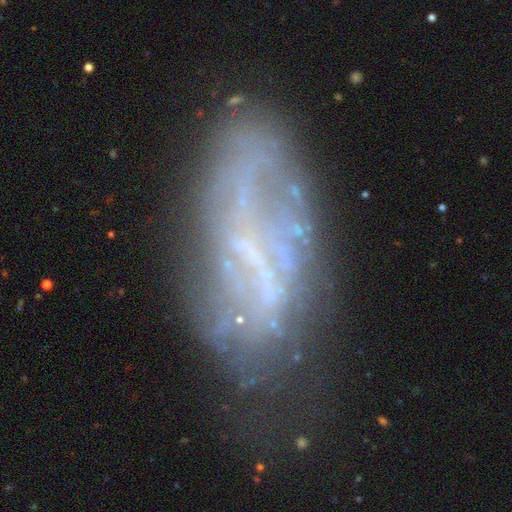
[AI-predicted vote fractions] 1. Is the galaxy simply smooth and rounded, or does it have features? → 66% featured or disk, 21% smooth, 13% star or artifact.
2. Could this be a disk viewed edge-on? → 91% no, 9% yes.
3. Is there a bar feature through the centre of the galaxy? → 49% no, 30% weak, 21% strong.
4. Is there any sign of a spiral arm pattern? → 60% no, 40% yes.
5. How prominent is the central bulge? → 64% none, 26% small, 7% moderate, 2% large, 1% dominant.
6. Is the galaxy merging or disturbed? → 53% none, 24% minor disturbance, 18% major disturbance, 5% merger.